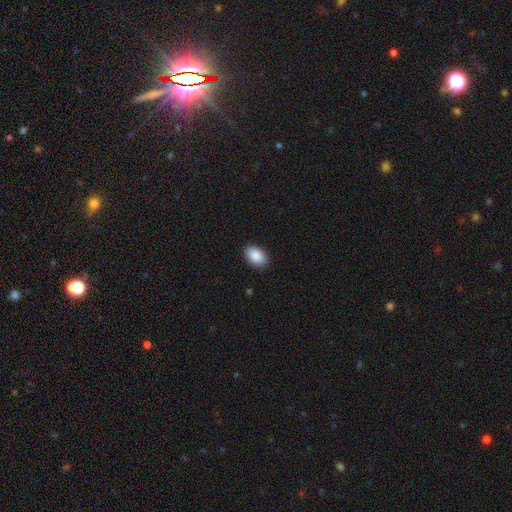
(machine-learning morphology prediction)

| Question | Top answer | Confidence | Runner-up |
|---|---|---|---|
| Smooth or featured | smooth | 90% | star or artifact (7%) |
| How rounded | in between | 90% | round (8%) |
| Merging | none | 89% | minor disturbance (8%) |